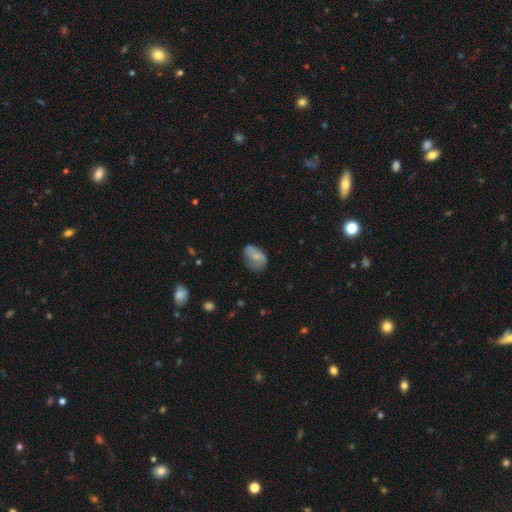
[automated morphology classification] This appears to be a smooth galaxy with no disk features (60%) that is in between round and cigar-shaped (81%). Merging: none (42%).